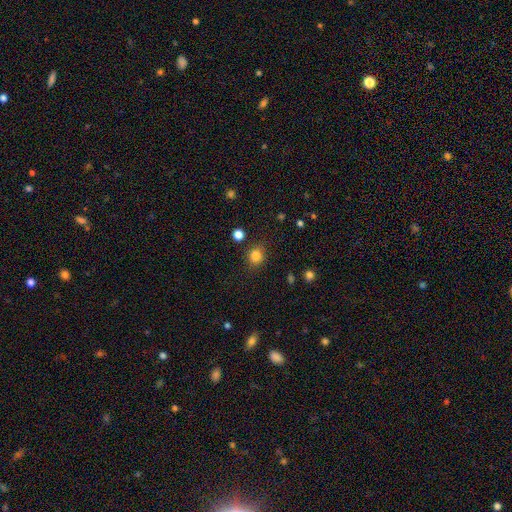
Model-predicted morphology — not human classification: Overall: smooth (83%). How rounded: round (82%). Merging: none (84%).